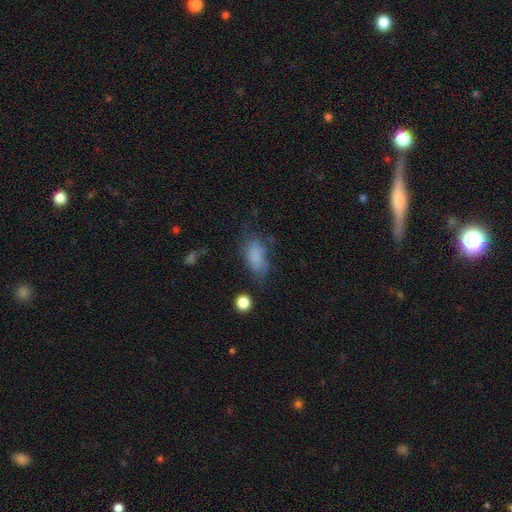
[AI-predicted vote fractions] smooth 71%, featured or disk 18%, star or artifact 11%. Down the decision tree: how rounded — in between (87%); merging — none (51%).